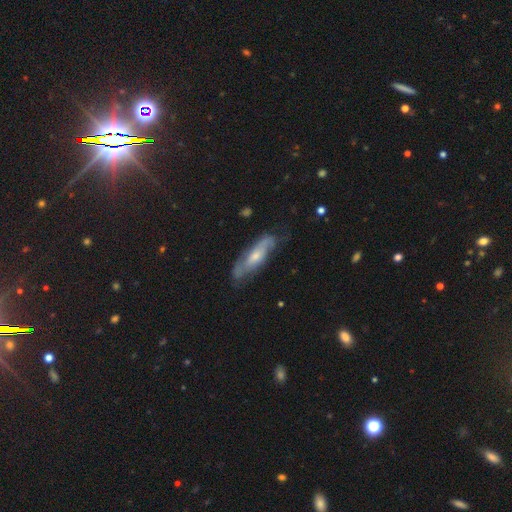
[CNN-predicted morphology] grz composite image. It shows a featured or disk galaxy (64%). Merging: none (66%).